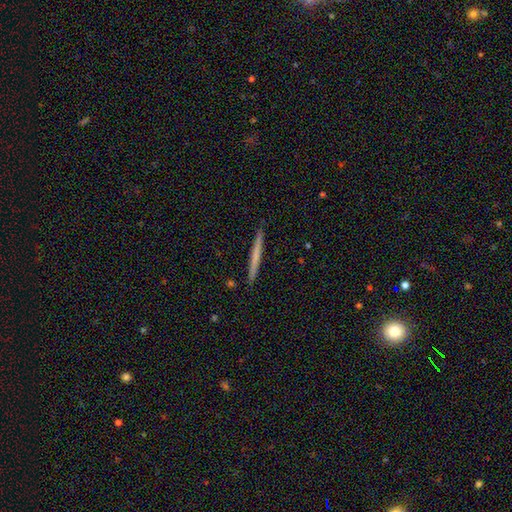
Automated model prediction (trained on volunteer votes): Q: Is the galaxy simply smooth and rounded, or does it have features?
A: smooth — 56%.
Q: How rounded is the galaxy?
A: cigar-shaped — 97%.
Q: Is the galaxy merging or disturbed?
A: none — 92%.